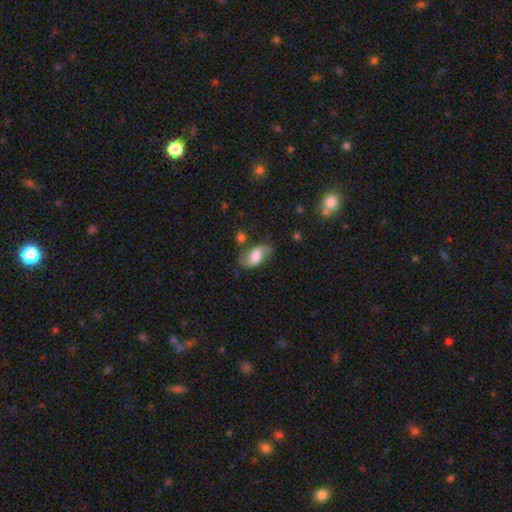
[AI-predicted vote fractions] This appears to be a smooth galaxy with no disk features (54%) that is in between round and cigar-shaped (89%). Merging: none (61%).